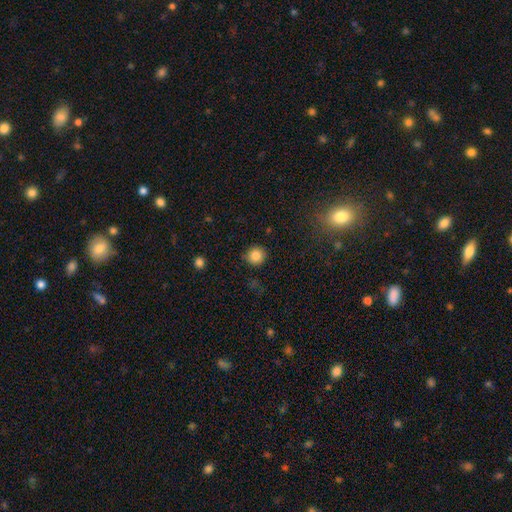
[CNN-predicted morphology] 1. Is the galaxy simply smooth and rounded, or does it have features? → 84% smooth, 11% star or artifact, 5% featured or disk.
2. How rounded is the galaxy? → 92% round, 7% in between, 1% cigar-shaped.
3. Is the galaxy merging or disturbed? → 89% none, 8% minor disturbance, 2% major disturbance, 1% merger.